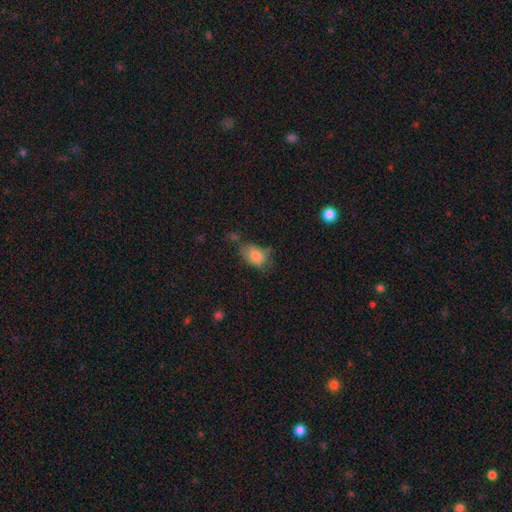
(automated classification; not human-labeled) Smooth or featured? smooth (79%)
How rounded? in between (83%)
Merging? none (44%)